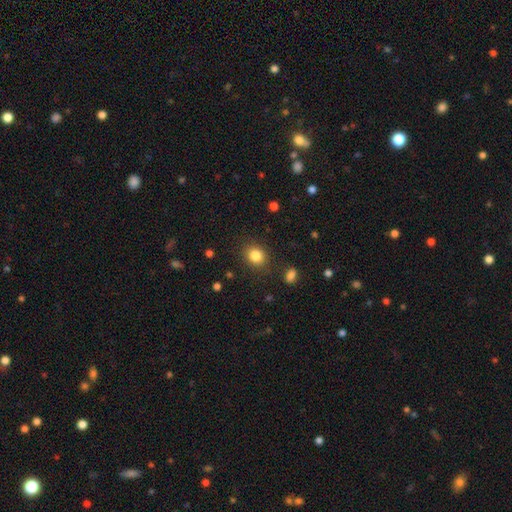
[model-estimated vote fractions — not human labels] Smooth or featured? Predicted: smooth (p=0.84). How rounded? Predicted: round (p=0.63). Merging? Predicted: none (p=0.86).